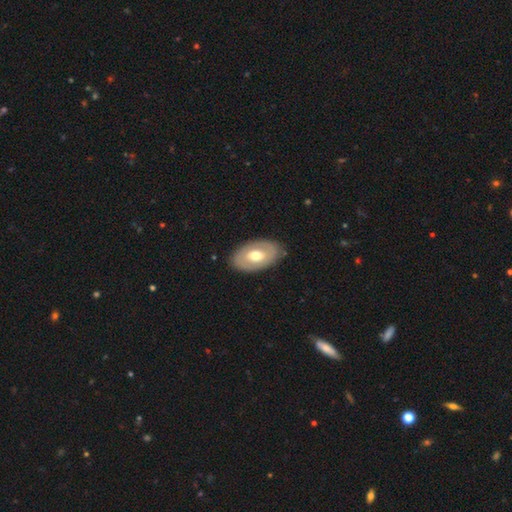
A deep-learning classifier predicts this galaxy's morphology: A featured or disk galaxy (48%).

Vote fractions:
- Smooth or featured? featured or disk: 48% / smooth: 47% / star or artifact: 5%
- Merging? none: 83% / minor disturbance: 12% / major disturbance: 4% / merger: 1%